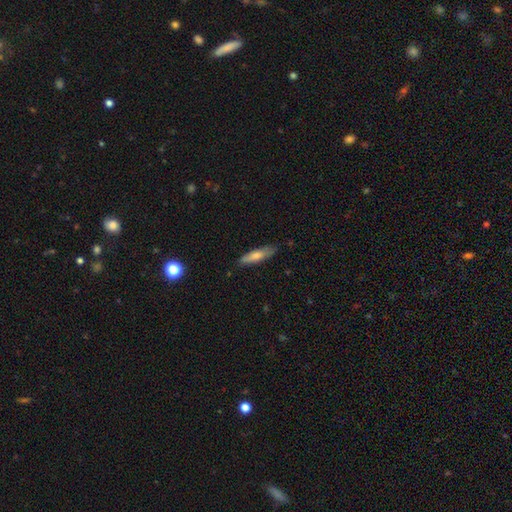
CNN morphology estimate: smooth 71%, featured or disk 23%, star or artifact 6%. Down the decision tree: how rounded — cigar-shaped (71%); merging — none (80%).